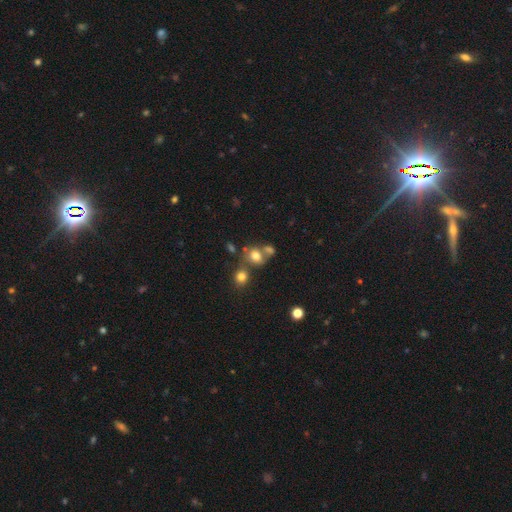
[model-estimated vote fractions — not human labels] This appears to be a smooth galaxy with no disk features (73%) that is round (59%). Merging: none (46%).